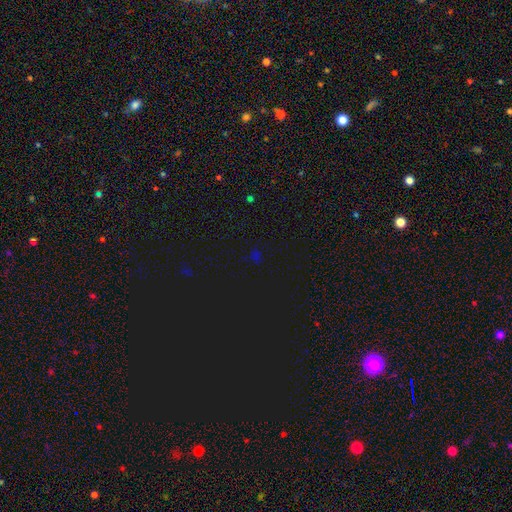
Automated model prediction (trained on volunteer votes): Morphology: type=star or artifact (68%).